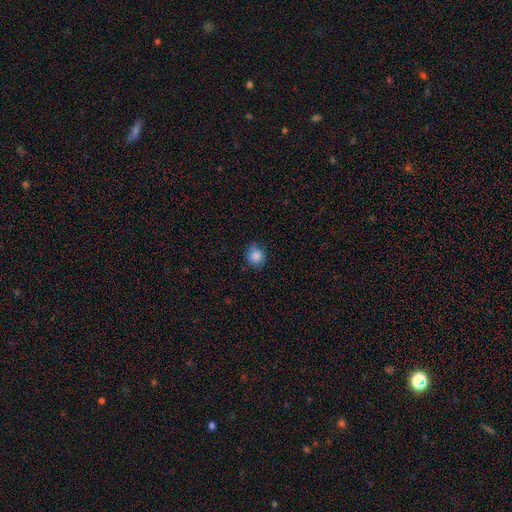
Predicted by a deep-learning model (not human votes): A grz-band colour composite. It shows a smooth galaxy with no disk features (86%) that is round (85%). Merging: none (75%).